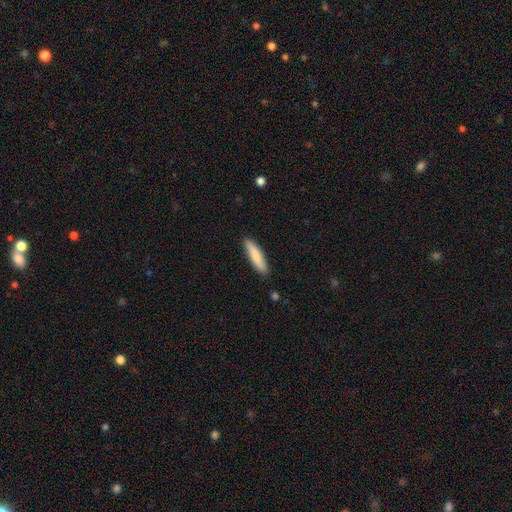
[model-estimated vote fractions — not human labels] A smooth galaxy with no disk features (82%) that is cigar-shaped (79%). Merging: none (88%).